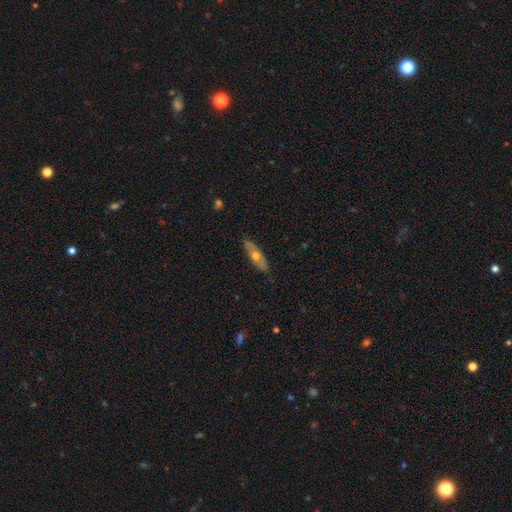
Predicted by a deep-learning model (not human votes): smooth 52%, featured or disk 43%, star or artifact 6%. Down the decision tree: how rounded — in between (54%); merging — none (85%).